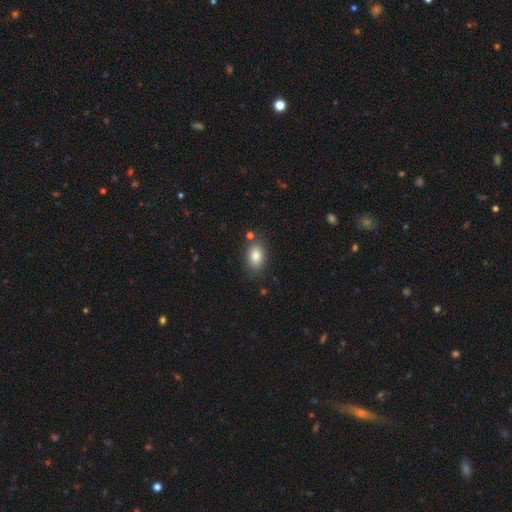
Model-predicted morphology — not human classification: This is clearly a smooth galaxy (84%). How rounded: clearly in between (86%). Merging: likely none (79%).